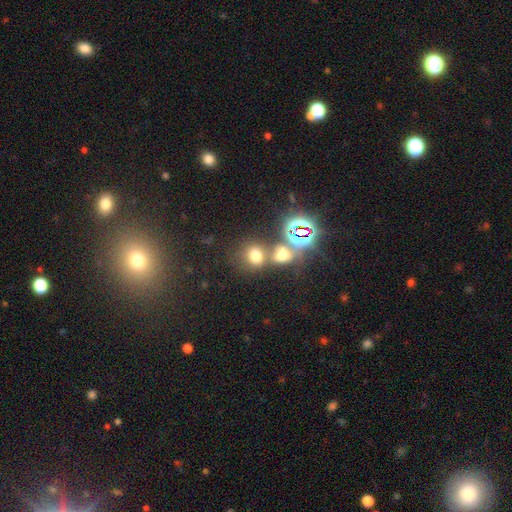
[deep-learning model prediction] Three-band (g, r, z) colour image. It shows a smooth galaxy with no disk features (63%) that is round (67%). Merging: none (50%).